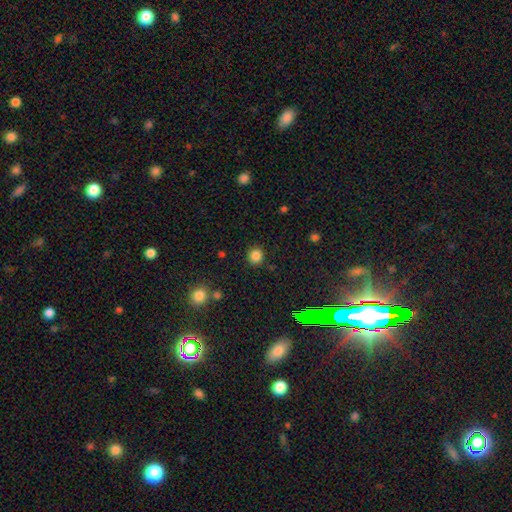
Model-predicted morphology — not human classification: Smooth or featured? smooth (84%)
How rounded? round (89%)
Merging? none (89%)